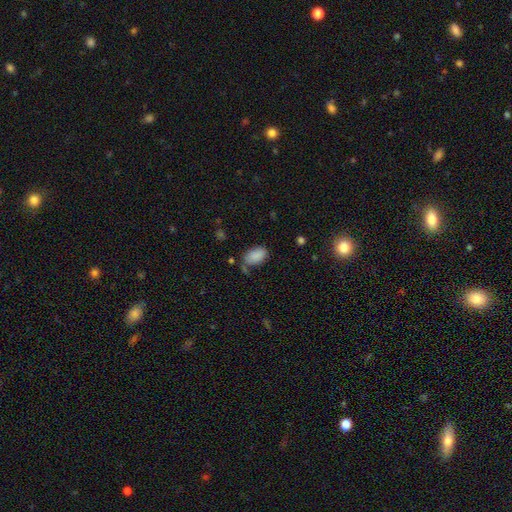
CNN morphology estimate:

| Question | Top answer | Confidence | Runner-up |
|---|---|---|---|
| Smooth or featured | smooth | 87% | star or artifact (8%) |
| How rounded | in between | 93% | round (6%) |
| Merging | none | 64% | minor disturbance (23%) |